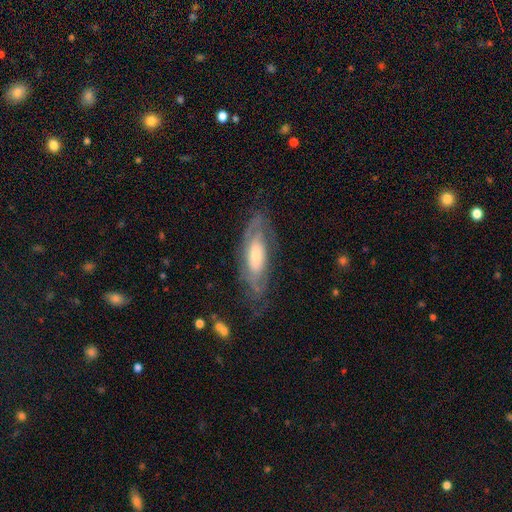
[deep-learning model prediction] A featured or disk galaxy (72%) with no bar (64%), spiral arms (83%) and a moderate central bulge (46%).

Vote fractions:
- Smooth or featured? featured or disk: 72% / smooth: 22% / star or artifact: 6%
- Edge-on disk? no: 83% / yes: 17%
- Bar? no: 64% / weak: 27% / strong: 9%
- Spiral arms? yes: 83% / no: 17%
- Bulge size? moderate: 46% / small: 39% / large: 11% / none: 2% / dominant: 2%
- Merging? none: 67% / minor disturbance: 20% / major disturbance: 11% / merger: 2%